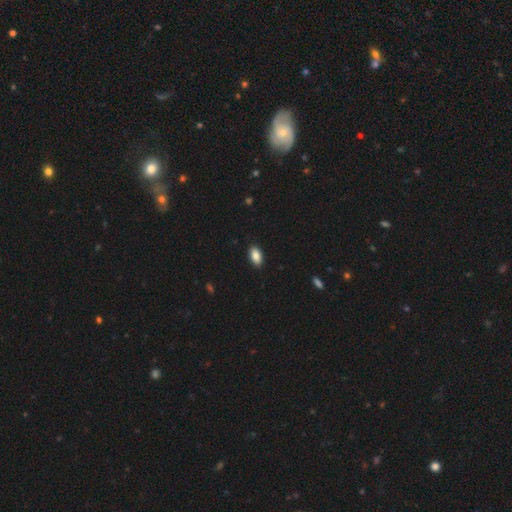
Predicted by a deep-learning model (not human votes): A smooth galaxy with no disk features (86%) that is in between round and cigar-shaped (93%).

Vote fractions:
- Smooth or featured? smooth: 86% / star or artifact: 7% / featured or disk: 7%
- How rounded? in between: 93% / round: 4% / cigar-shaped: 3%
- Merging? none: 90% / minor disturbance: 8% / major disturbance: 2% / merger: 1%